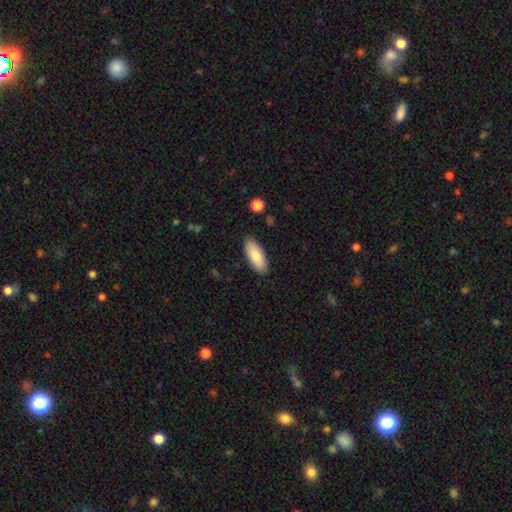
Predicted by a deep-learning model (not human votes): smooth 86%, featured or disk 9%, star or artifact 6%. Down the decision tree: how rounded — in between (79%); merging — none (88%).